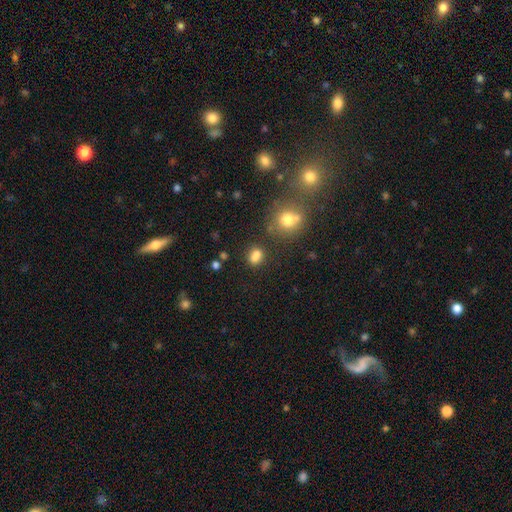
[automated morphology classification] A smooth galaxy with no disk features (78%) that is in between round and cigar-shaped (54%).

Vote fractions:
- Smooth or featured? smooth: 78% / star or artifact: 15% / featured or disk: 7%
- How rounded? in between: 54% / round: 44% / cigar-shaped: 2%
- Merging? none: 64% / merger: 18% / minor disturbance: 13% / major disturbance: 5%